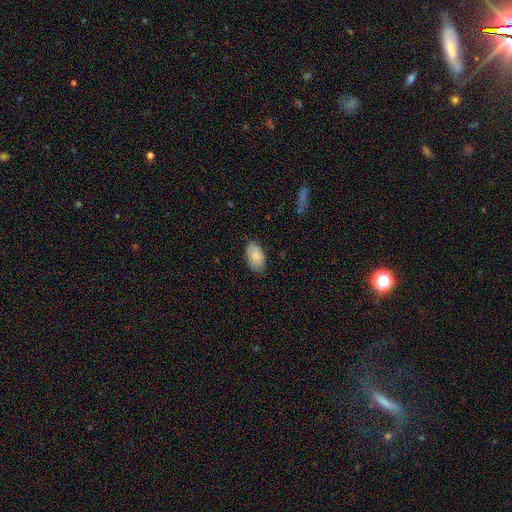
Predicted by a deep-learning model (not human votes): Smooth or featured? smooth (81%)
How rounded? in between (94%)
Merging? none (79%)